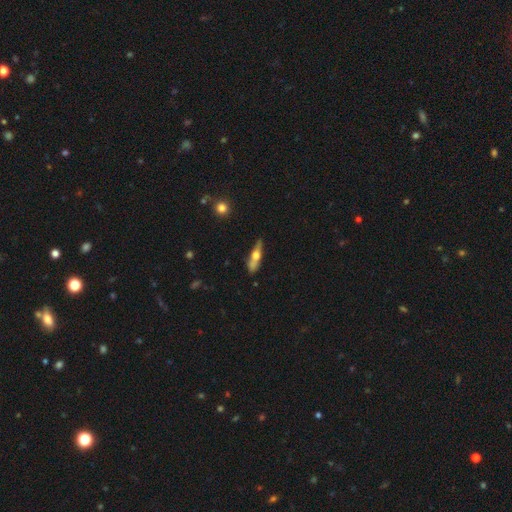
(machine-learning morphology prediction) This appears to be a featured or disk galaxy (50%). Merging: none (66%).